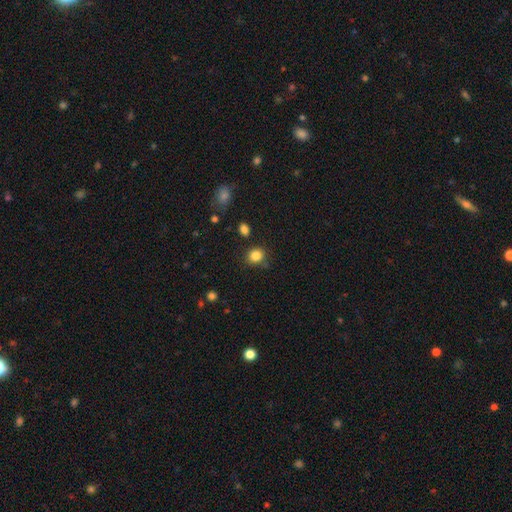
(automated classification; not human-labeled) Smooth or featured: smooth — 85% (star or artifact — 11%)
How rounded: round — 76% (in between — 23%)
Merging: none — 80% (minor disturbance — 12%)